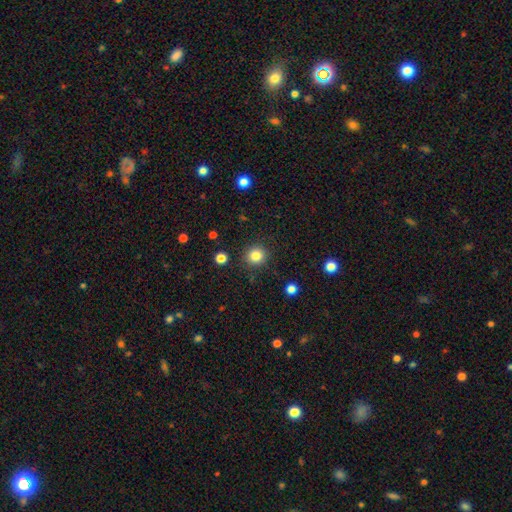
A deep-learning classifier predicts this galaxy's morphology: smooth 83%, star or artifact 12%, featured or disk 5%. Down the decision tree: how rounded — round (91%); merging — none (89%).